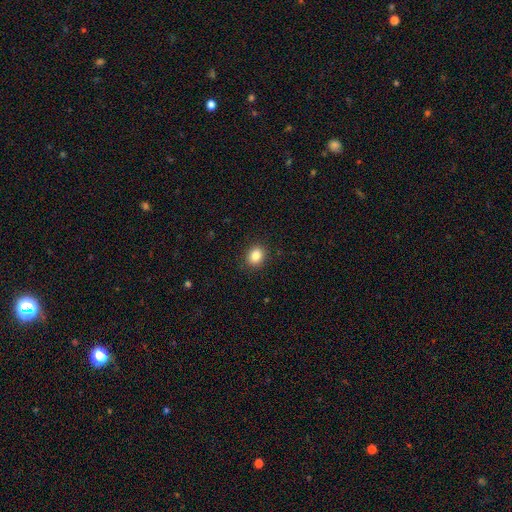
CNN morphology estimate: A smooth galaxy with no disk features (85%) that is round (58%).

Vote fractions:
- Smooth or featured? smooth: 85% / star or artifact: 10% / featured or disk: 5%
- How rounded? round: 58% / in between: 41% / cigar-shaped: 1%
- Merging? none: 89% / minor disturbance: 7% / major disturbance: 2% / merger: 1%